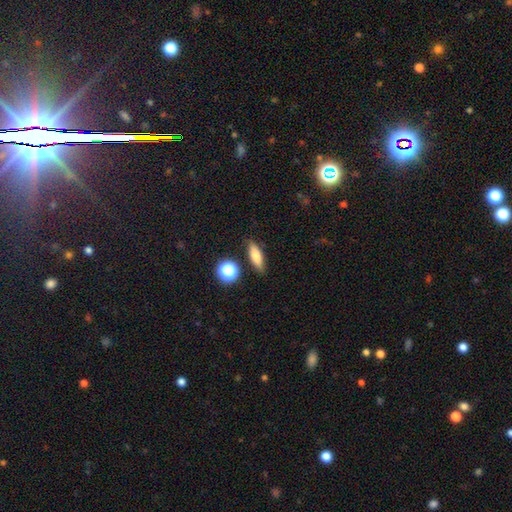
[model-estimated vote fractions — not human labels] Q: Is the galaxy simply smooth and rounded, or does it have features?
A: smooth — 75%.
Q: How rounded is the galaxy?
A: in between — 54%.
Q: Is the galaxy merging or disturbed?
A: none — 82%.